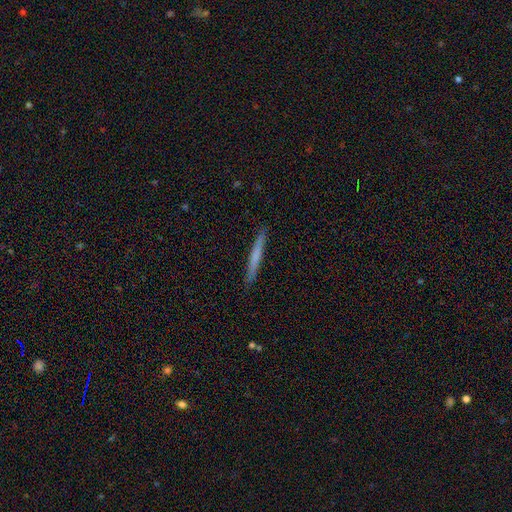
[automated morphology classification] type=smooth (62%); roundness=cigar-shaped (97%); merging=none (92%).